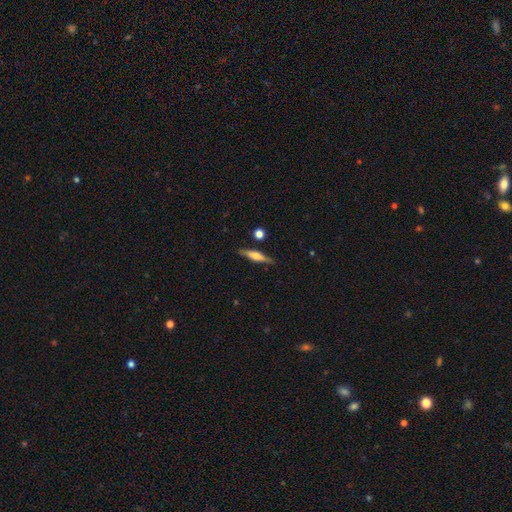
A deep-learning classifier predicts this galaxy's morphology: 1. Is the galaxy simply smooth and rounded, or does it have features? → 54% featured or disk, 40% smooth, 7% star or artifact.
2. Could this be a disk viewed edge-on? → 94% yes, 6% no.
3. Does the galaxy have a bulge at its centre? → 78% rounded, 14% boxy, 8% none.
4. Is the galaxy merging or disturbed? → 84% none, 11% minor disturbance, 3% merger, 2% major disturbance.